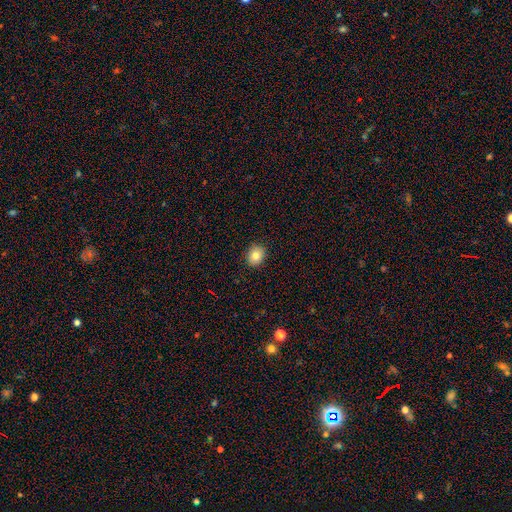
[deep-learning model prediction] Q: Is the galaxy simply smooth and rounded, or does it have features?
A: smooth — 81%.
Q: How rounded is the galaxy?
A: round — 66%.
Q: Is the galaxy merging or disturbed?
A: none — 91%.